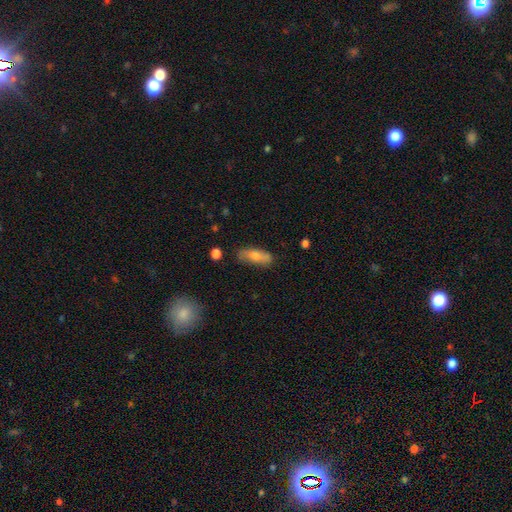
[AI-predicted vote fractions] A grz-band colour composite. It shows a smooth galaxy with no disk features (65%) that is in between round and cigar-shaped (62%). Merging: none (79%).